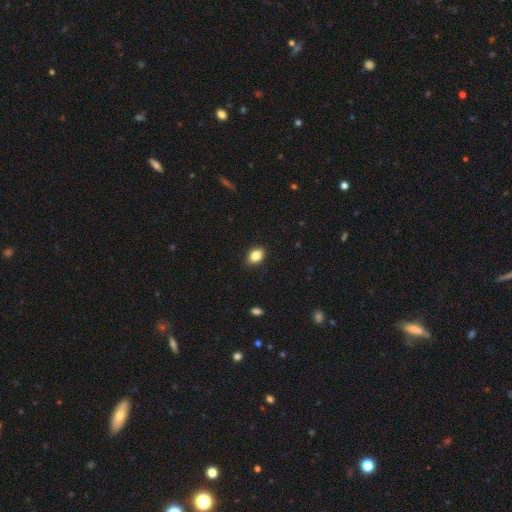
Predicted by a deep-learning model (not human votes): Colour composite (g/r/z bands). It shows a smooth galaxy with no disk features (84%) that is in between round and cigar-shaped (78%). Merging: none (85%).